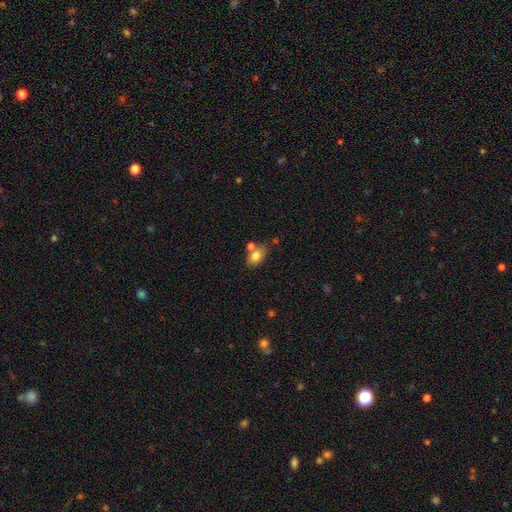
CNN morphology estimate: This appears to be a smooth galaxy with no disk features (78%) that is in between round and cigar-shaped (85%). Merging: none (51%).